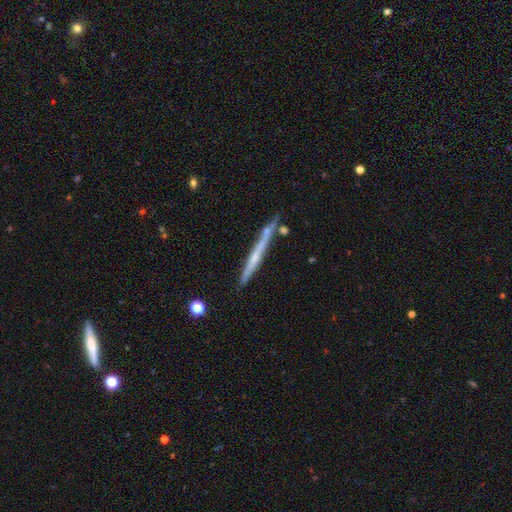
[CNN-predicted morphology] type=featured or disk (61%); edge-on=yes (97%); edge-on bulge=none (61%); merging=none (78%).